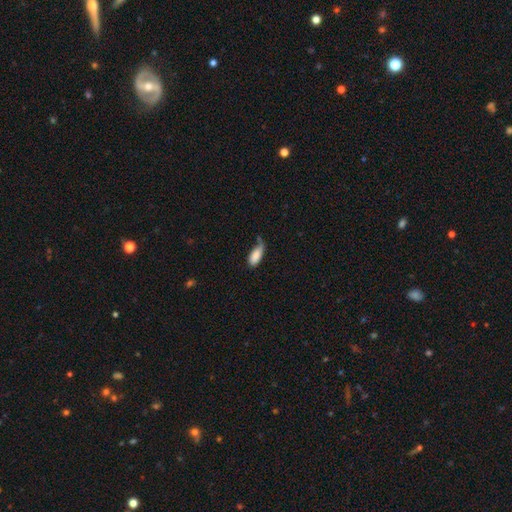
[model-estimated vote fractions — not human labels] The model was most divided on "merging": none: 39%, minor disturbance: 37%, major disturbance: 17%, merger: 7%. More confident: how rounded — in between (84%); smooth or featured — smooth (83%).